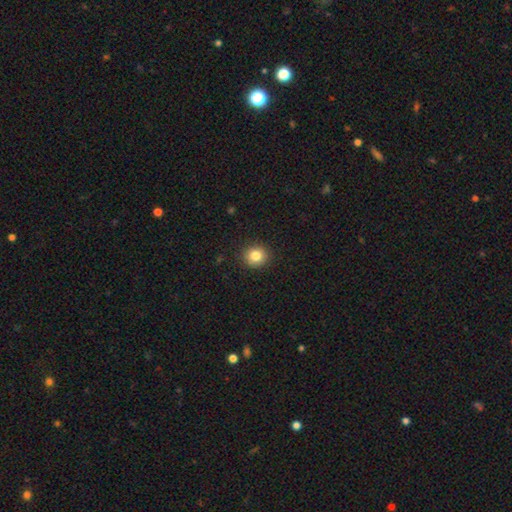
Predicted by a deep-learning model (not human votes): smooth_or_featured: smooth (p=0.83) [alt: star or artifact p=0.11]
how_rounded: round (p=0.84) [alt: in between p=0.15]
merging: none (p=0.91) [alt: minor disturbance p=0.06]